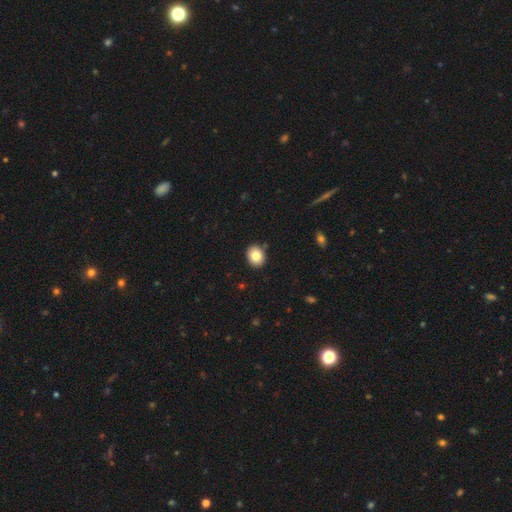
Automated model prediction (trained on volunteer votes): smooth_or_featured: smooth (p=0.82) [alt: star or artifact p=0.09]
how_rounded: round (p=0.58) [alt: in between p=0.41]
merging: none (p=0.89) [alt: minor disturbance p=0.08]